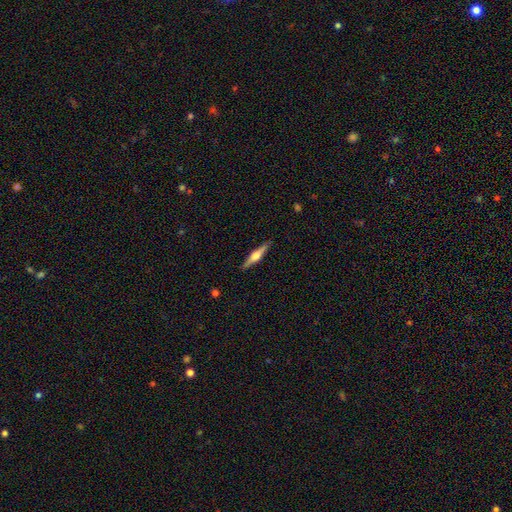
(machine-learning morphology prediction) Smooth or featured? featured or disk (74%)
Edge-on disk? yes (98%)
Edge-on bulge? rounded (91%)
Merging? none (91%)